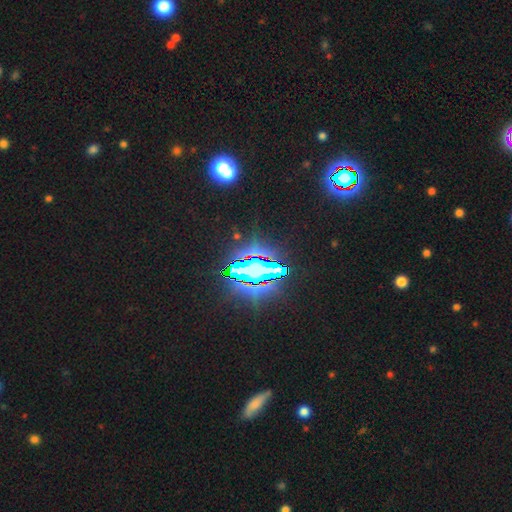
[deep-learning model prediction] This is likely a star or artifact rather than a galaxy (74%).